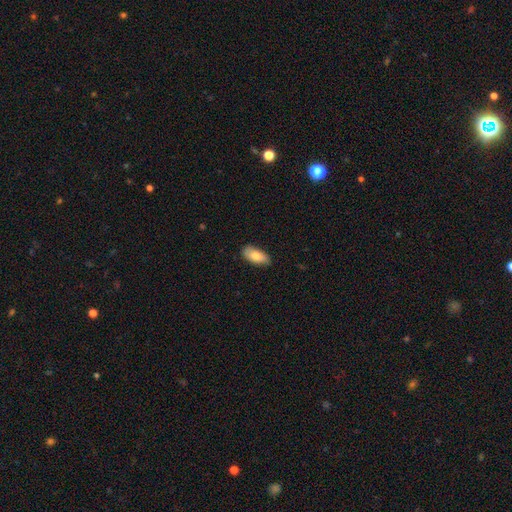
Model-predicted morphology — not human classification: This is likely a smooth galaxy (77%). How rounded: clearly in between (90%). Merging: clearly none (81%).